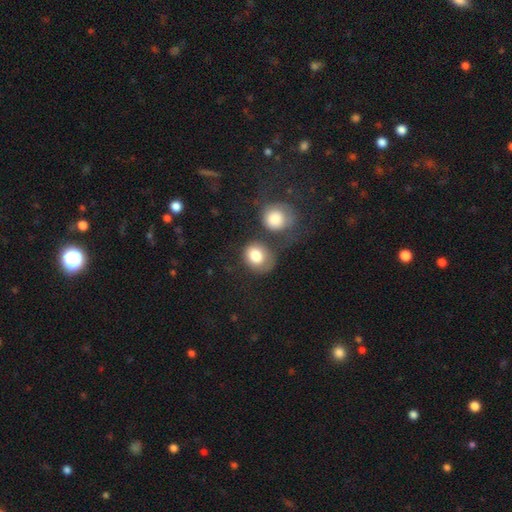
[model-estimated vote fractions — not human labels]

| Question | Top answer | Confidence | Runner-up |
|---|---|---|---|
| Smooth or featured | smooth | 80% | featured or disk (12%) |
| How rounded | round | 67% | in between (33%) |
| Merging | none | 45% | merger (28%) |